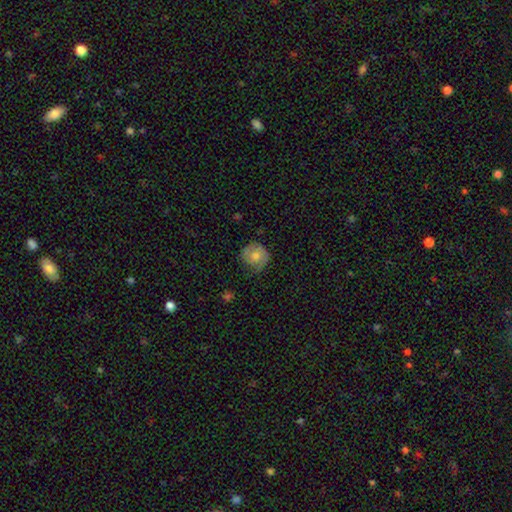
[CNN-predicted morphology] Smooth or featured? smooth (51%)
How rounded? round (85%)
Merging? none (65%)